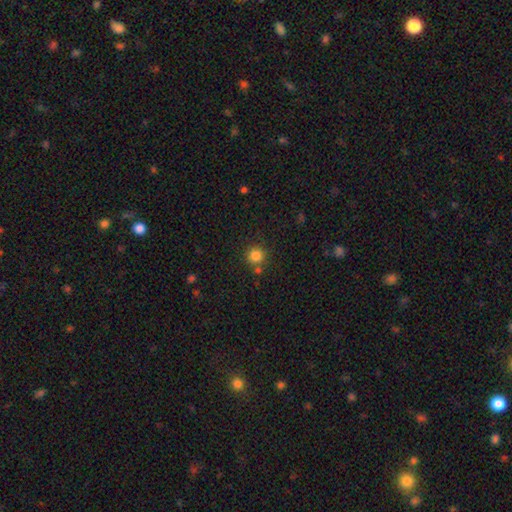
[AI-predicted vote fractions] Smooth or featured?
  - smooth: 83% *
  - star or artifact: 12%
  - featured or disk: 5%
How rounded?
  - round: 94% *
  - in between: 6%
  - cigar-shaped: 1%
Merging?
  - none: 78% *
  - merger: 10%
  - minor disturbance: 9%
  - major disturbance: 3%